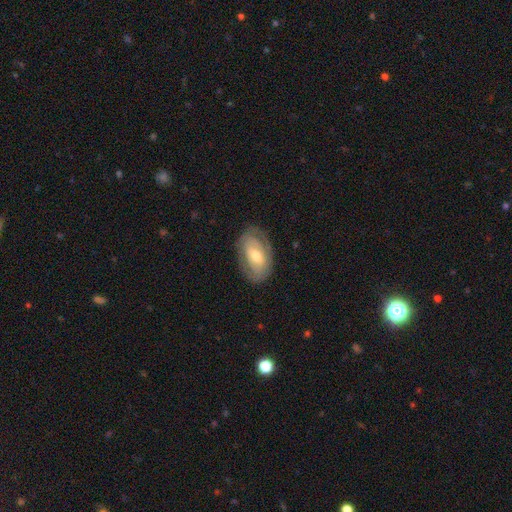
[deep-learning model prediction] Smooth or featured? Predicted: featured or disk (p=0.53). Edge-on disk? Predicted: no (p=0.91). Merging? Predicted: none (p=0.77).